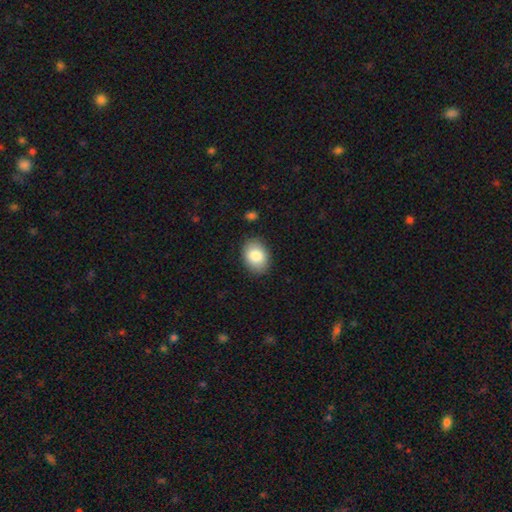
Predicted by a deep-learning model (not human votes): smooth 83%, featured or disk 9%, star or artifact 7%. Down the decision tree: how rounded — in between (73%); merging — none (87%).